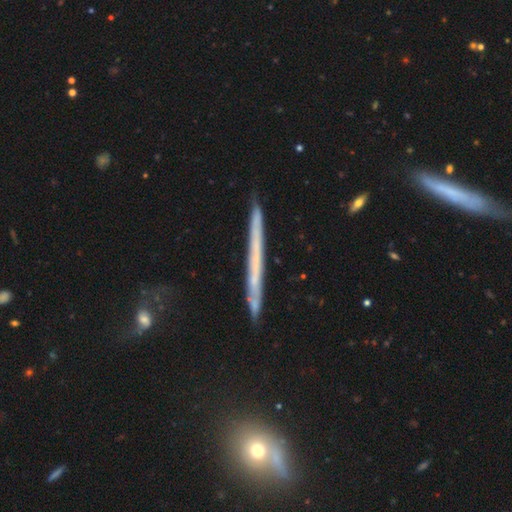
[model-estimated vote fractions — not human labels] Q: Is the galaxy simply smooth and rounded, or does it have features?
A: featured or disk — 59%.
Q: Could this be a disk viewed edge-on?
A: yes — 96%.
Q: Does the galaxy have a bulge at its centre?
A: none — 89%.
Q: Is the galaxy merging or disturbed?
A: none — 87%.